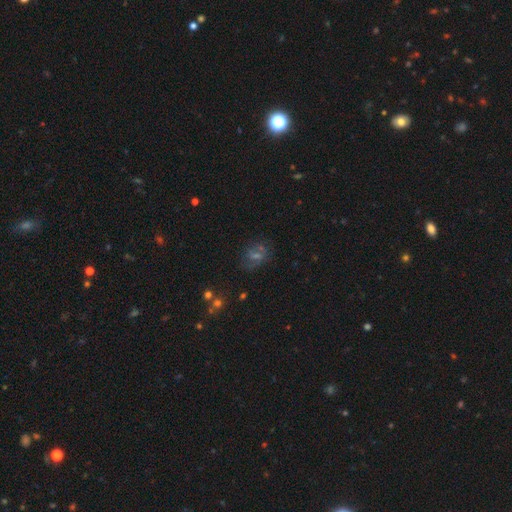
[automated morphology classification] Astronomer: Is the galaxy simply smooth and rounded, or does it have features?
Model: featured or disk — 36% (runner-up: star or artifact, 33%).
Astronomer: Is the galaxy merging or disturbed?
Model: none — 68%.